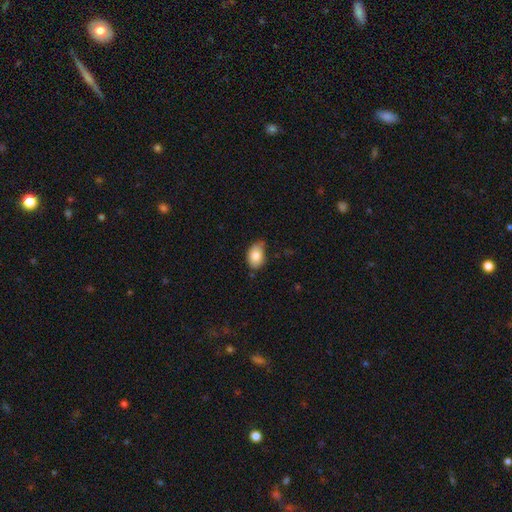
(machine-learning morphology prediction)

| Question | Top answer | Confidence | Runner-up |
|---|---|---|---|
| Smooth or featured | smooth | 81% | featured or disk (12%) |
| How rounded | in between | 84% | round (14%) |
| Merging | none | 61% | minor disturbance (32%) |